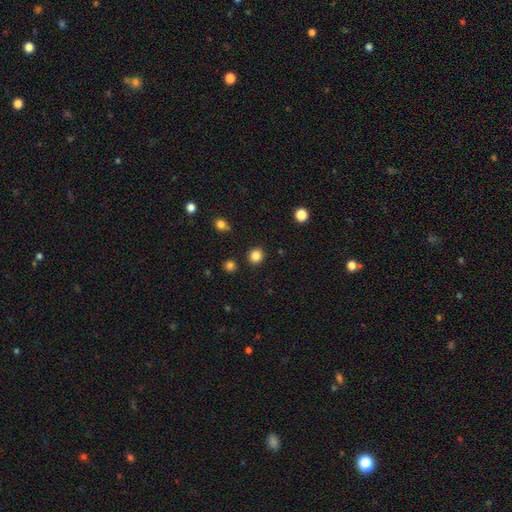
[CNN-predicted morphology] A smooth galaxy with no disk features (85%) that is round (85%). Merging: none (90%).